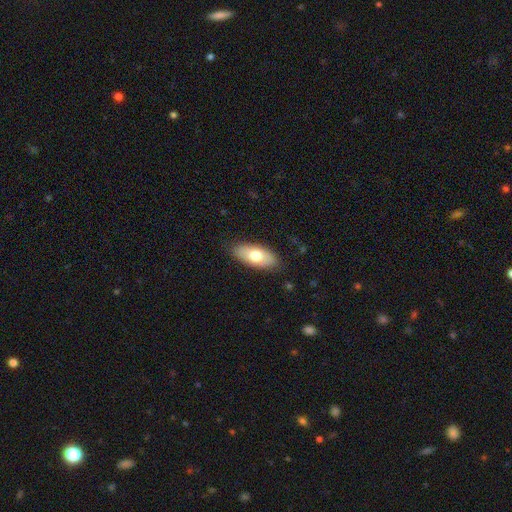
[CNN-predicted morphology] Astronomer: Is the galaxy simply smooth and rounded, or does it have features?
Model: smooth — 73%.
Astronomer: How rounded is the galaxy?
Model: in between — 87%.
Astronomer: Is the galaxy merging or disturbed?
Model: none — 85%.